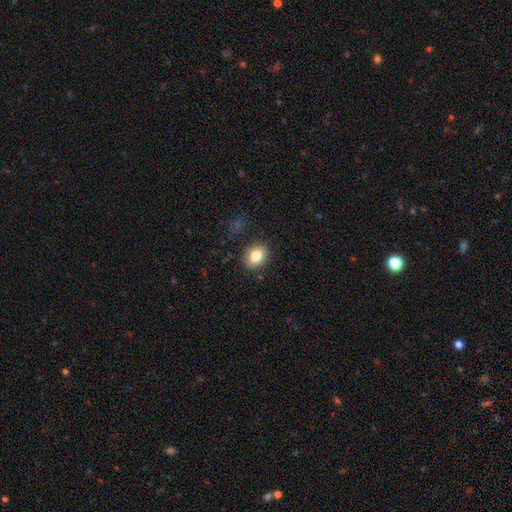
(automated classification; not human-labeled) smooth_or_featured: smooth (p=0.80) [alt: featured or disk p=0.12]
how_rounded: in between (p=0.70) [alt: round p=0.28]
merging: none (p=0.83) [alt: minor disturbance p=0.12]